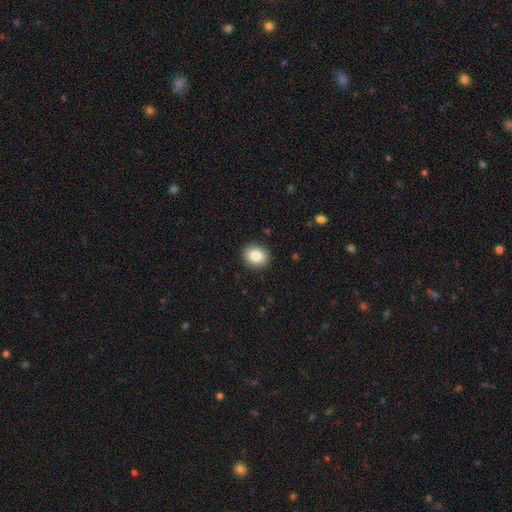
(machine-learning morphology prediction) type=smooth (84%); roundness=round (65%); merging=none (91%).